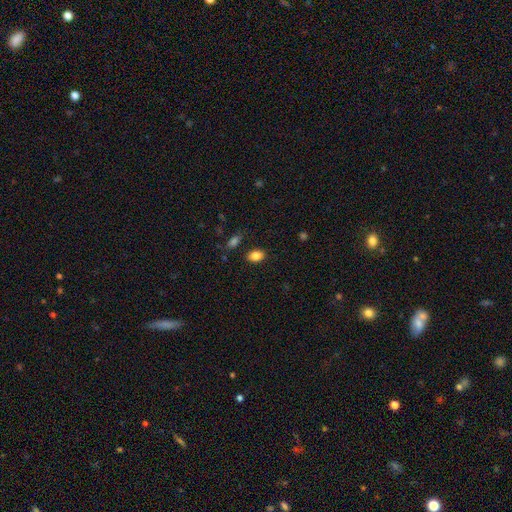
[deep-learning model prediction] This appears to be a smooth galaxy with no disk features (86%) that is in between round and cigar-shaped (83%). Merging: none (84%).